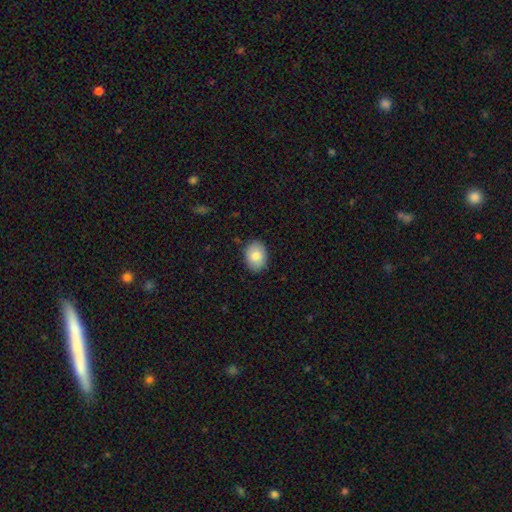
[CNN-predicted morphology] smooth_or_featured: smooth (p=0.84) [alt: featured or disk p=0.09]
how_rounded: in between (p=0.69) [alt: round p=0.30]
merging: none (p=0.88) [alt: minor disturbance p=0.09]